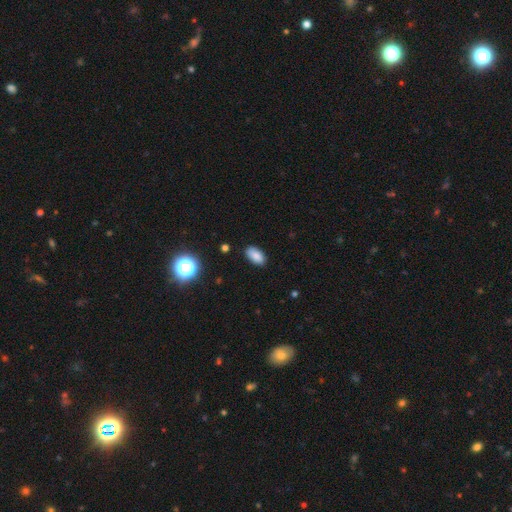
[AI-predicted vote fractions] The model was most divided on "merging": none: 85%, minor disturbance: 11%, major disturbance: 2%, merger: 1%. More confident: how rounded — in between (92%); smooth or featured — smooth (84%).